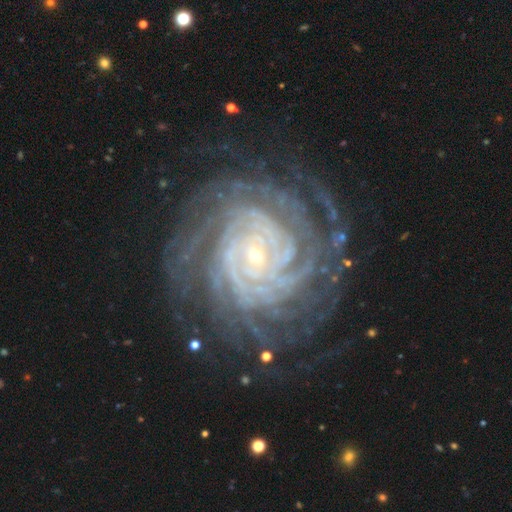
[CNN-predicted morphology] type=featured or disk (92%); edge-on=no (98%); bar=no (70%); spiral arms=yes (99%); winding=tight (86%); arm count=more than 4 (37%); bulge=small (86%); merging=none (80%).